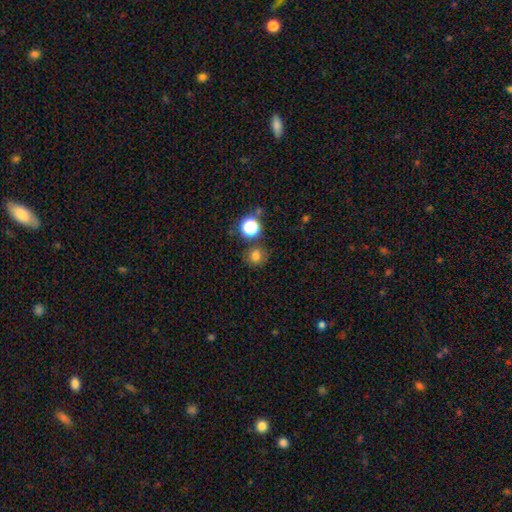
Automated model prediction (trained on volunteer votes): This appears to be a smooth galaxy with no disk features (75%) that is round (84%). Merging: none (78%).